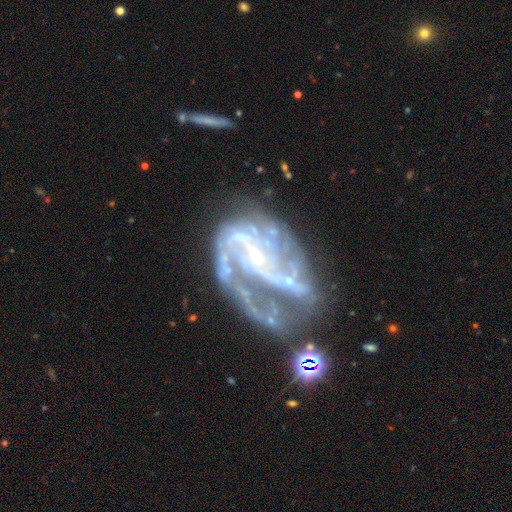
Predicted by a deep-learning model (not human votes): A featured or disk galaxy (87%) with no bar (57%), 2 (30%) medium (46%) spiral arms (92%) and a small central bulge (80%). Merging: major disturbance (36%).